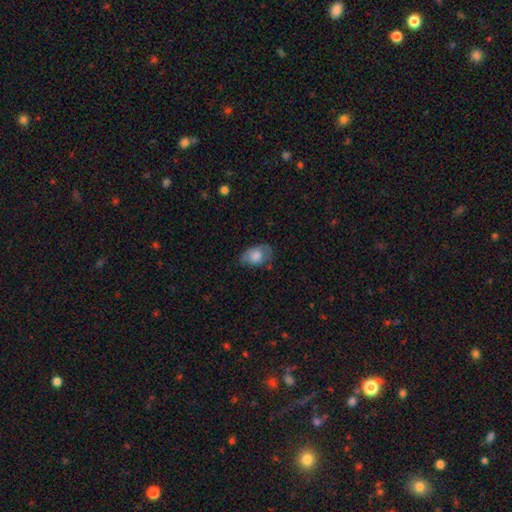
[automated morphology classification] A smooth galaxy with no disk features (64%) that is in between round and cigar-shaped (84%). Merging: none (55%).